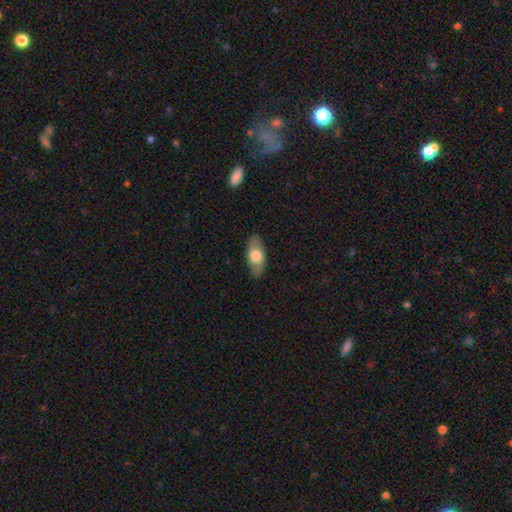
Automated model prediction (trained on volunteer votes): Morphology: type=smooth (57%); roundness=in between (85%); merging=none (85%).